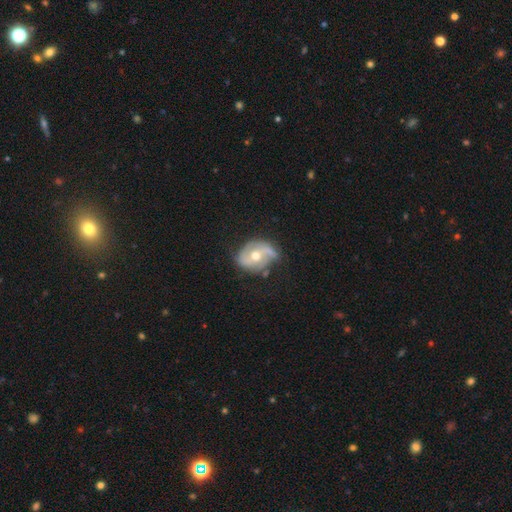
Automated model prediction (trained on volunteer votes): Smooth or featured?
  - featured or disk: 71% *
  - smooth: 22%
  - star or artifact: 7%
Edge-on disk?
  - no: 96% *
  - yes: 4%
Bar?
  - no: 56% *
  - weak: 31%
  - strong: 13%
Spiral arms?
  - yes: 79% *
  - no: 21%
Spiral winding?
  - medium: 39% *
  - loose: 36%
  - tight: 25%
Spiral arm count?
  - 2: 64% *
  - can't tell: 15%
  - 1: 9%
  - 3: 8%
  - 4: 2%
  - more than 4: 2%
Bulge size?
  - moderate: 73% *
  - small: 22%
  - large: 4%
  - none: 1%
  - dominant: 1%
Merging?
  - none: 53% *
  - minor disturbance: 30%
  - major disturbance: 13%
  - merger: 4%